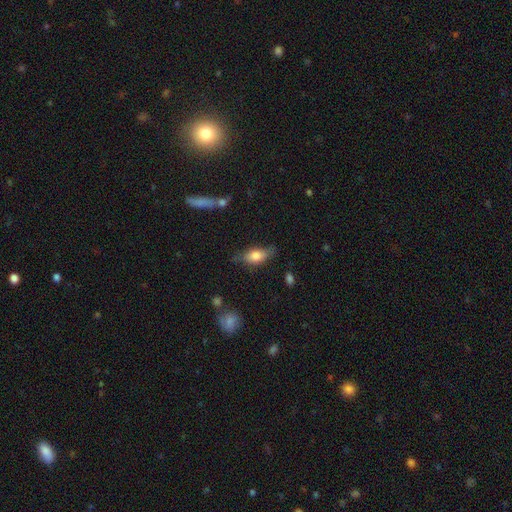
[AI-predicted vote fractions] Morphology: type=smooth (73%); roundness=in between (81%); merging=none (64%).